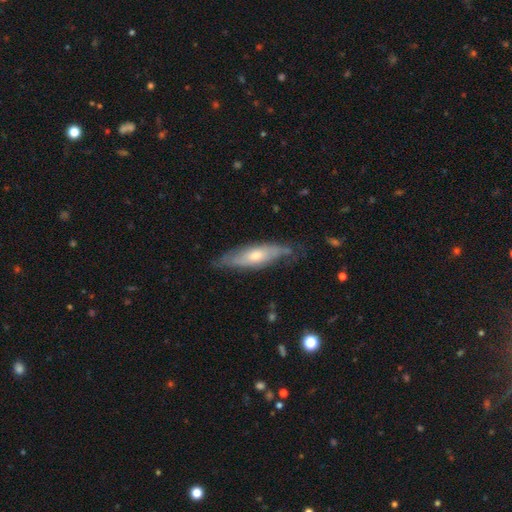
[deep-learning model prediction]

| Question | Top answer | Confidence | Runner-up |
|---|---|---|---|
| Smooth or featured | featured or disk | 55% | smooth (39%) |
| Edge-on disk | yes | 53% | no (47%) |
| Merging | none | 71% | minor disturbance (23%) |